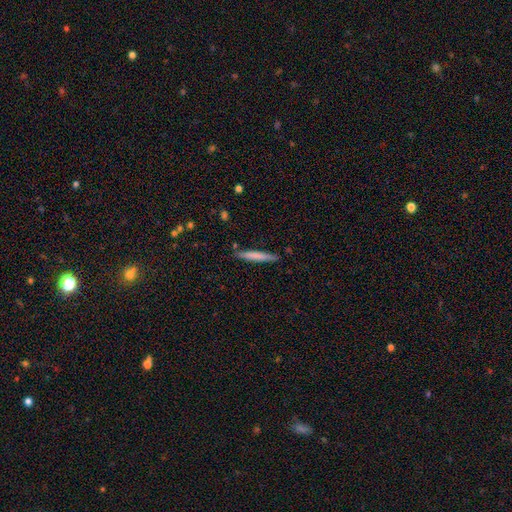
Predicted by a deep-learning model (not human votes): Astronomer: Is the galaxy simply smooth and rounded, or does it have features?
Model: smooth — 70%.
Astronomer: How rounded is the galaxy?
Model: cigar-shaped — 95%.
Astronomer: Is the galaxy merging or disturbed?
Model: none — 86%.